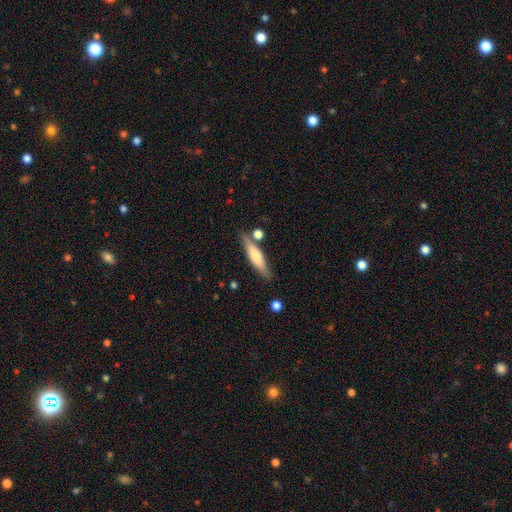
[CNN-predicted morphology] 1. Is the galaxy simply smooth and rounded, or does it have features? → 60% smooth, 34% featured or disk, 6% star or artifact.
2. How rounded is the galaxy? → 77% cigar-shaped, 21% in between, 2% round.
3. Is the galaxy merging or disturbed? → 76% none, 13% minor disturbance, 8% merger, 3% major disturbance.